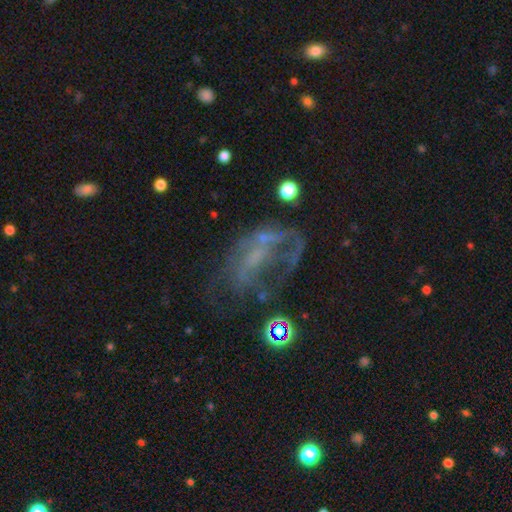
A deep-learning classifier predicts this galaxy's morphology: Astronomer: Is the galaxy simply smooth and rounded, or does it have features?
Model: featured or disk — 61%.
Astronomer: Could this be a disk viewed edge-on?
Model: no — 95%.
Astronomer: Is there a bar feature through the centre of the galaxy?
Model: no — 60%.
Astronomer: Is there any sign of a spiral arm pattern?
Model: no — 54% (runner-up: yes, 46%).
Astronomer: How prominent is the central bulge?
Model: none — 56%.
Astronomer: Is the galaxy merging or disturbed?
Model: major disturbance — 44% (runner-up: none, 32%).